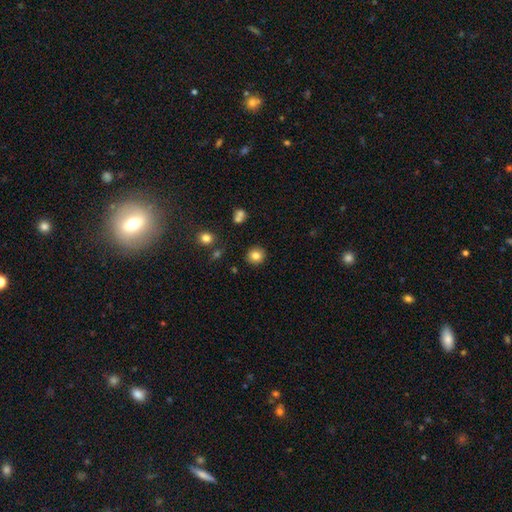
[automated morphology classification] This is clearly a smooth galaxy (82%). How rounded: clearly round (91%). Merging: clearly none (89%).